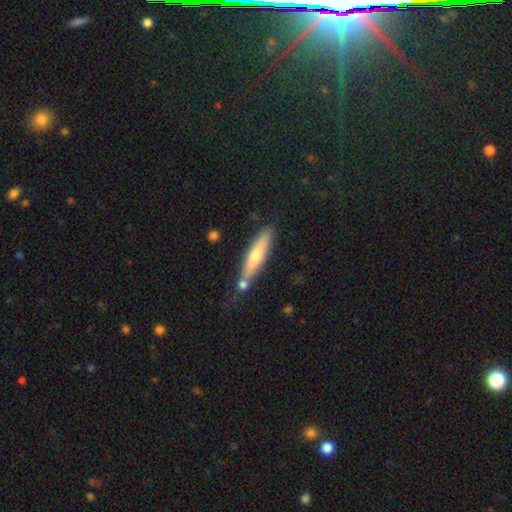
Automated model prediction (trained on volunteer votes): Smooth or featured? smooth (50%)
How rounded? cigar-shaped (84%)
Merging? none (74%)